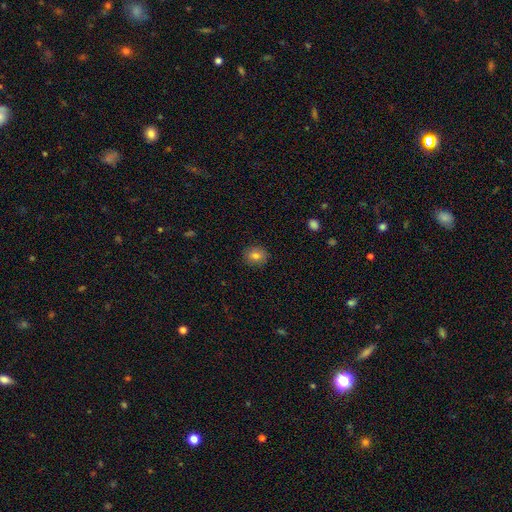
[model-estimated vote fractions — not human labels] smooth-or-featured: smooth: 82% | star or artifact: 10% | featured or disk: 8%
  how-rounded: round: 65% | in between: 34% | cigar-shaped: 1%
  merging: none: 88% | minor disturbance: 9% | major disturbance: 2% | merger: 1%